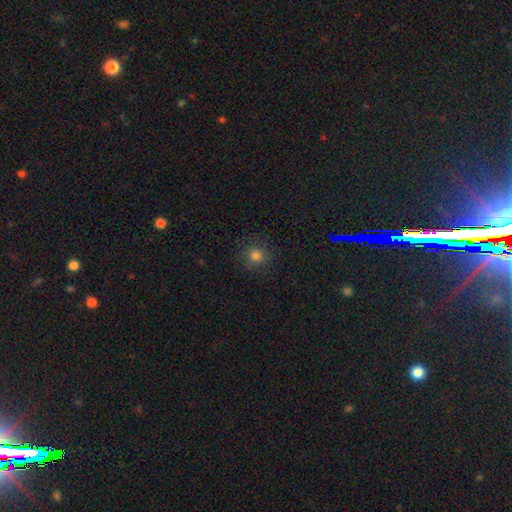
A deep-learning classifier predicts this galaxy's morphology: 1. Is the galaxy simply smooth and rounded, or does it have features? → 80% smooth, 14% star or artifact, 6% featured or disk.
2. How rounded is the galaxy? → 88% round, 11% in between, 1% cigar-shaped.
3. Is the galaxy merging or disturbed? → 84% none, 11% minor disturbance, 4% major disturbance, 1% merger.